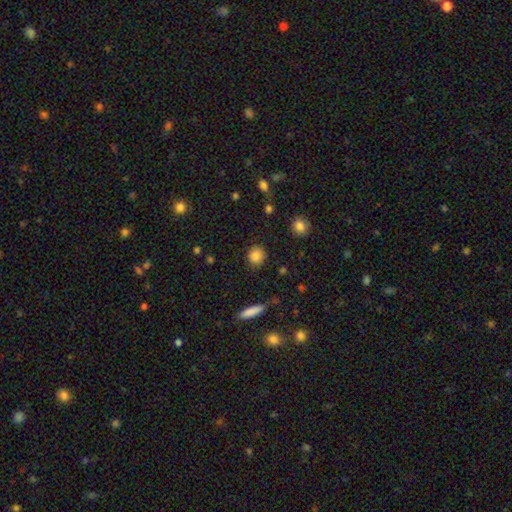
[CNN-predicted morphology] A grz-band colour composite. It shows a smooth galaxy with no disk features (85%) that is round (83%). Merging: none (87%).